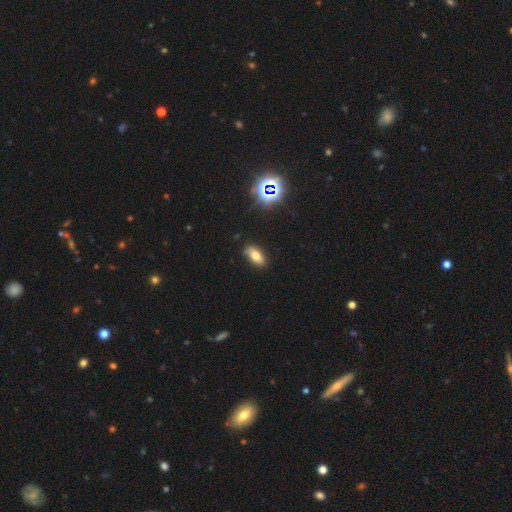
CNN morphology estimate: Smooth or featured? Predicted: smooth (p=0.72). How rounded? Predicted: in between (p=0.88). Merging? Predicted: none (p=0.80).